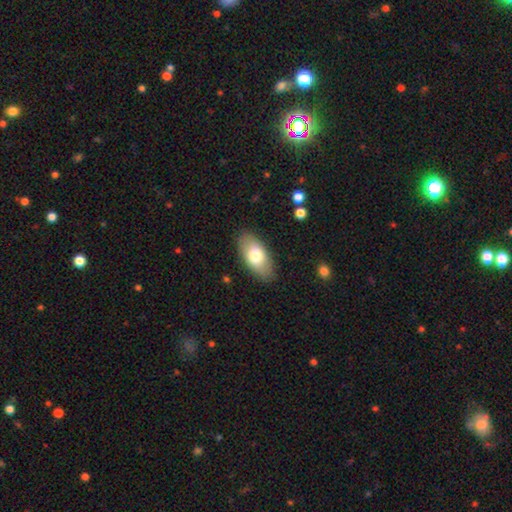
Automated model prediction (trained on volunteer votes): Q: Smooth or featured?
A: smooth (73%); runner-up: featured or disk (21%)
Q: How rounded?
A: in between (92%); runner-up: cigar-shaped (5%)
Q: Merging?
A: none (86%); runner-up: minor disturbance (10%)